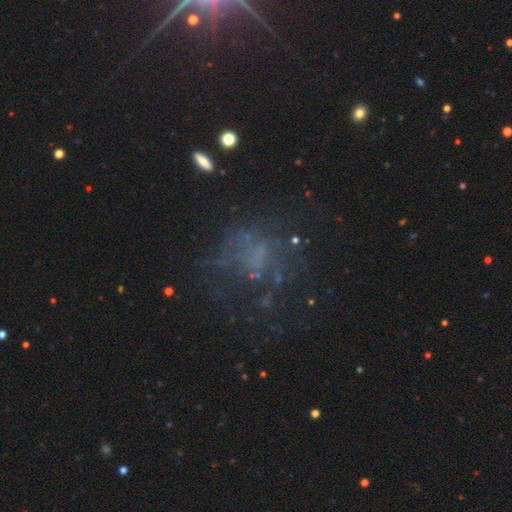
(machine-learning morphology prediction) Overall: featured or disk (45%; star or artifact 33%). Merging: none (50%; major disturbance 30%).